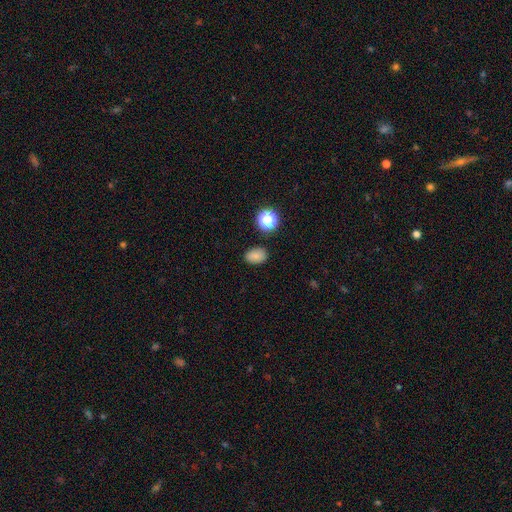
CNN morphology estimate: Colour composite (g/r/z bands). It shows a smooth galaxy with no disk features (81%) that is in between round and cigar-shaped (77%). Merging: none (86%).